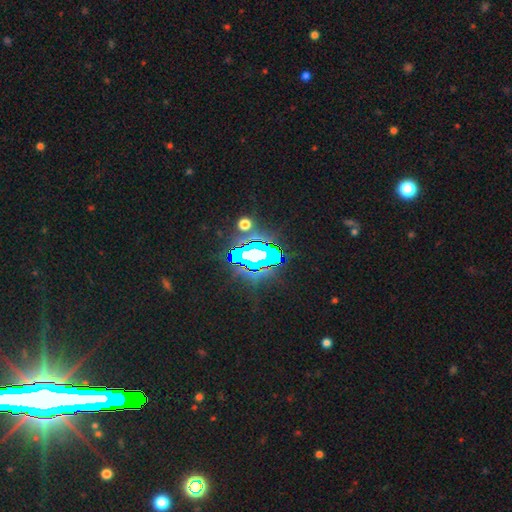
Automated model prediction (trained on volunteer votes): This appears to be a star or artifact, not a galaxy (70%).